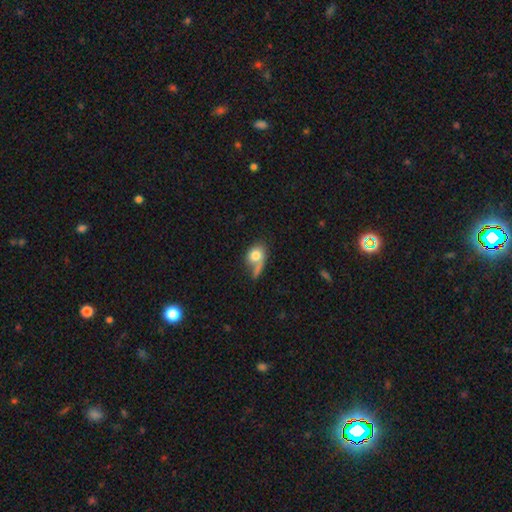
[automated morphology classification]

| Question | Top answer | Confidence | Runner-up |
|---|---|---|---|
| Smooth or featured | smooth | 76% | featured or disk (16%) |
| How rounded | in between | 56% | round (41%) |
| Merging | none | 38% | merger (24%) |